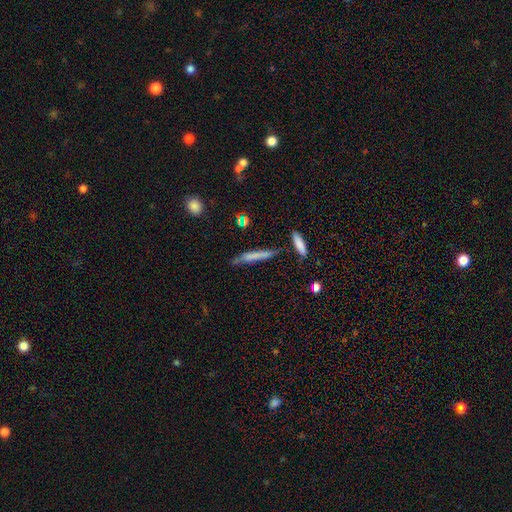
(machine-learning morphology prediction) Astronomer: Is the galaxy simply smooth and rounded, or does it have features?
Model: smooth — 62%.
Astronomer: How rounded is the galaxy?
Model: cigar-shaped — 92%.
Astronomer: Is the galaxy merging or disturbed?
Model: none — 69%.